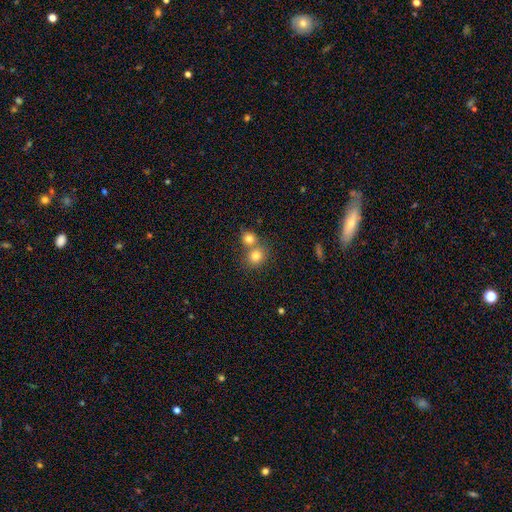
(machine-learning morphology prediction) A smooth galaxy with no disk features (79%) that is round (80%). Merging: merger (46%).